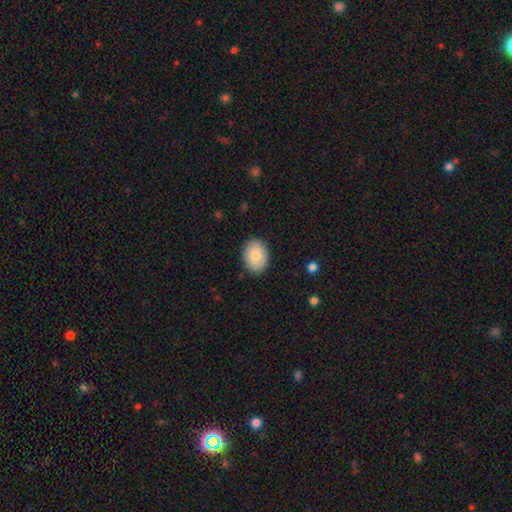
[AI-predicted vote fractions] smooth_or_featured: smooth (p=0.82) [alt: featured or disk p=0.12]
how_rounded: in between (p=0.71) [alt: round p=0.28]
merging: none (p=0.88) [alt: minor disturbance p=0.09]